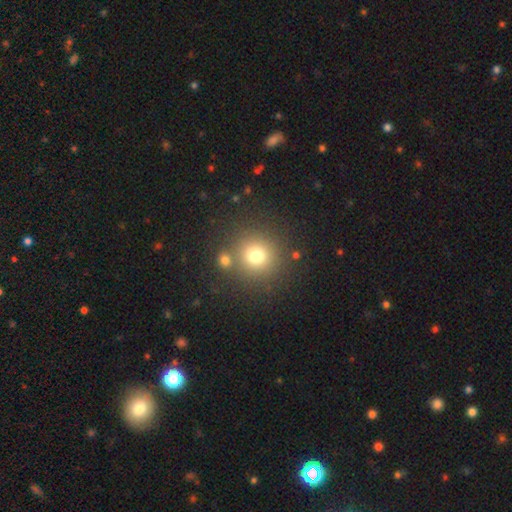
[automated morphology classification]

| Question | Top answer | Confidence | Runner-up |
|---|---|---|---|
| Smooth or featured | smooth | 74% | star or artifact (17%) |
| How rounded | round | 93% | in between (6%) |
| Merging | none | 79% | merger (11%) |